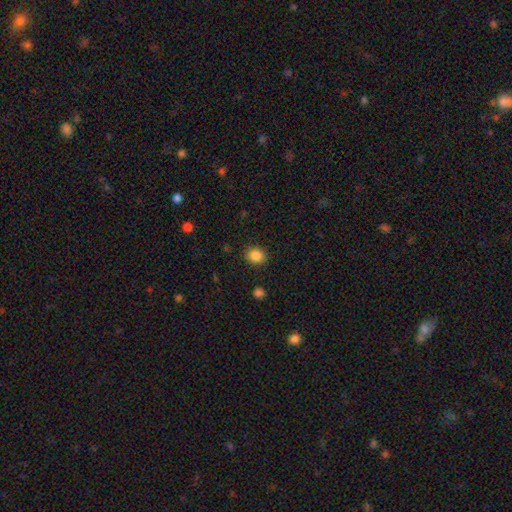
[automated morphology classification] Smooth or featured?
  - smooth: 85% *
  - star or artifact: 10%
  - featured or disk: 4%
How rounded?
  - round: 81% *
  - in between: 18%
  - cigar-shaped: 1%
Merging?
  - none: 90% *
  - minor disturbance: 7%
  - major disturbance: 2%
  - merger: 1%